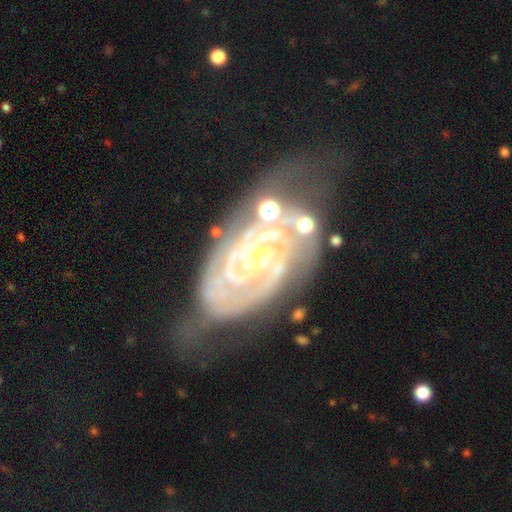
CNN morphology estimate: Smooth or featured?
  - featured or disk: 87% *
  - star or artifact: 7%
  - smooth: 6%
Edge-on disk?
  - no: 97% *
  - yes: 3%
Bar?
  - no: 59% *
  - weak: 28%
  - strong: 13%
Spiral arms?
  - yes: 96% *
  - no: 4%
Spiral winding?
  - tight: 75% *
  - medium: 21%
  - loose: 4%
Spiral arm count?
  - 2: 37% *
  - can't tell: 24%
  - 3: 20%
  - 4: 8%
  - more than 4: 5%
  - 1: 5%
Bulge size?
  - small: 64% *
  - moderate: 16%
  - none: 15%
  - large: 3%
  - dominant: 1%
Merging?
  - none: 47% *
  - minor disturbance: 26%
  - major disturbance: 18%
  - merger: 9%